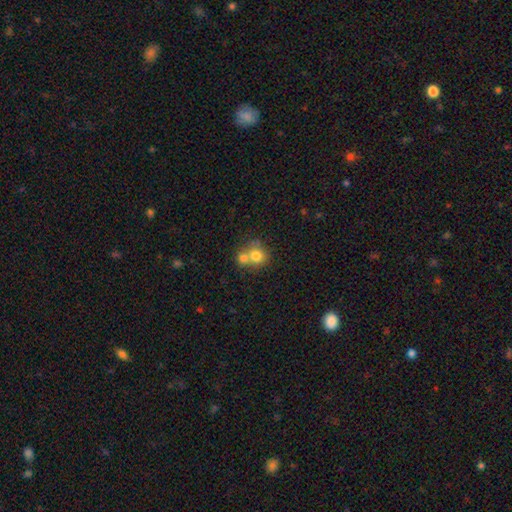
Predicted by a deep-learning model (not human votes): Smooth or featured: smooth — 74% (featured or disk — 15%)
How rounded: round — 82% (in between — 17%)
Merging: merger — 54% (none — 37%)